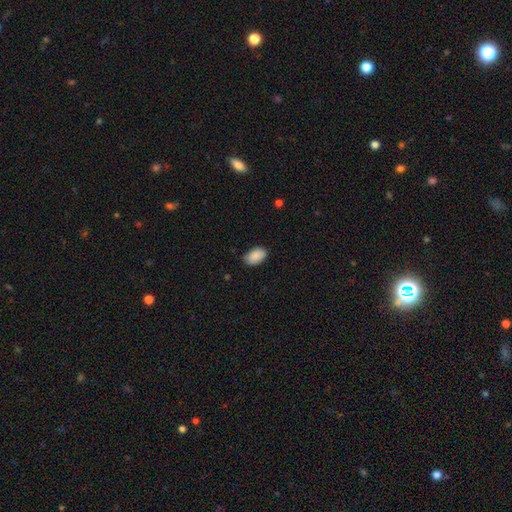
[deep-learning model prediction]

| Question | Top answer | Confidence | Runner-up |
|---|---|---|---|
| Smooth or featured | smooth | 90% | star or artifact (6%) |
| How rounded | in between | 93% | round (6%) |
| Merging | none | 82% | minor disturbance (15%) |